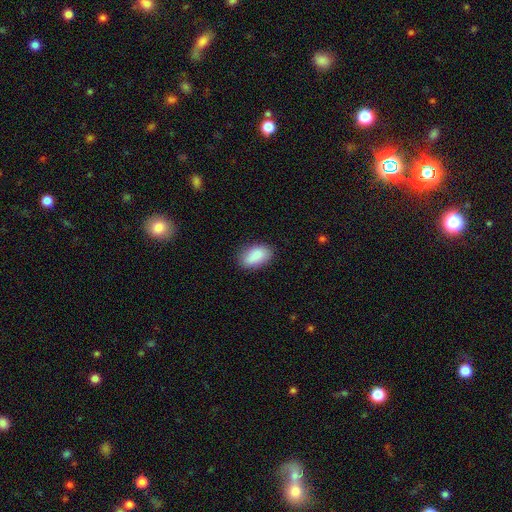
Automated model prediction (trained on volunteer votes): Q: Smooth or featured?
A: smooth (88%); runner-up: star or artifact (7%)
Q: How rounded?
A: in between (92%); runner-up: round (6%)
Q: Merging?
A: none (82%); runner-up: minor disturbance (14%)